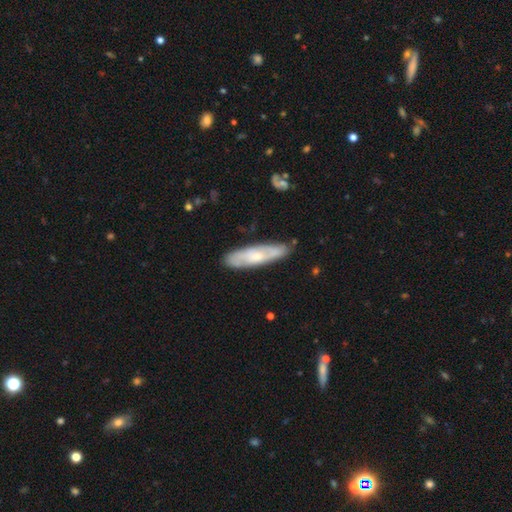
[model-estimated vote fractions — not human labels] smooth-or-featured: featured or disk: 52% | smooth: 42% | star or artifact: 6%
  disk-edge-on: no: 60% | yes: 40%
  merging: none: 82% | minor disturbance: 14% | major disturbance: 2% | merger: 2%